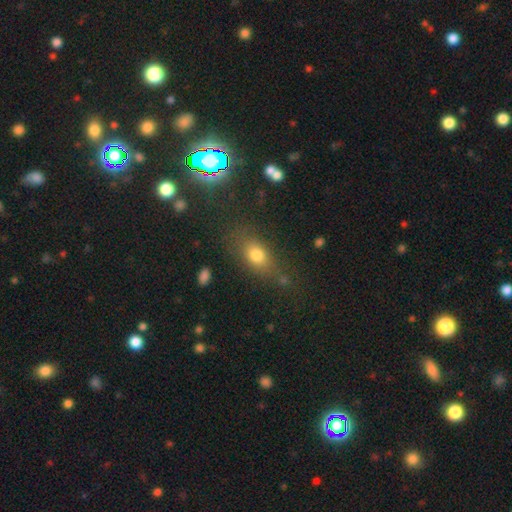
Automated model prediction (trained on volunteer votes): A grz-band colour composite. It shows a smooth galaxy with no disk features (75%) that is in between round and cigar-shaped (70%). Merging: none (67%).